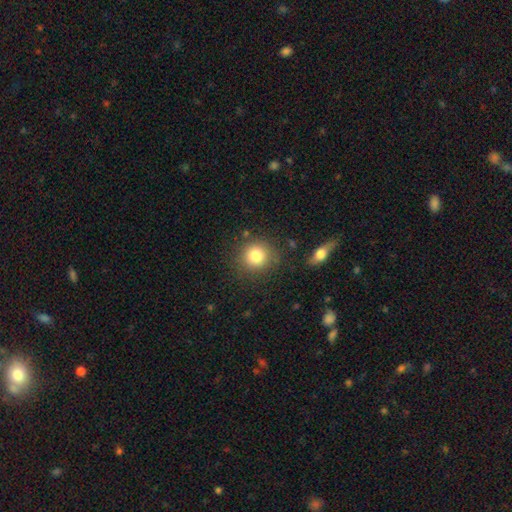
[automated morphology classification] Smooth or featured?
  - smooth: 81% *
  - star or artifact: 11%
  - featured or disk: 8%
How rounded?
  - round: 91% *
  - in between: 8%
  - cigar-shaped: 1%
Merging?
  - none: 84% *
  - minor disturbance: 9%
  - major disturbance: 3%
  - merger: 3%